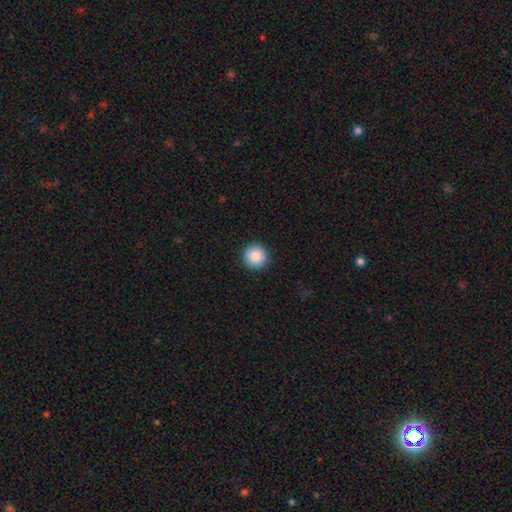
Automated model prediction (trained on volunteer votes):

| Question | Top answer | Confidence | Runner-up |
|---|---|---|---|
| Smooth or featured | smooth | 87% | star or artifact (8%) |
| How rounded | round | 95% | in between (4%) |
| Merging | none | 92% | minor disturbance (6%) |